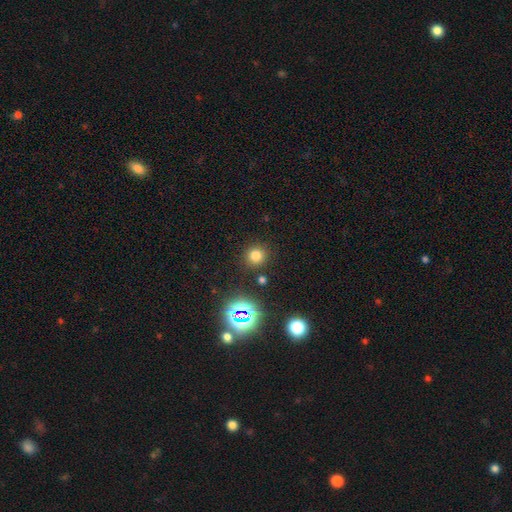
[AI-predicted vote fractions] A smooth galaxy with no disk features (74%) that is round (91%).

Vote fractions:
- Smooth or featured? smooth: 74% / star or artifact: 20% / featured or disk: 6%
- How rounded? round: 91% / in between: 8% / cigar-shaped: 1%
- Merging? none: 86% / minor disturbance: 7% / merger: 3% / major disturbance: 3%